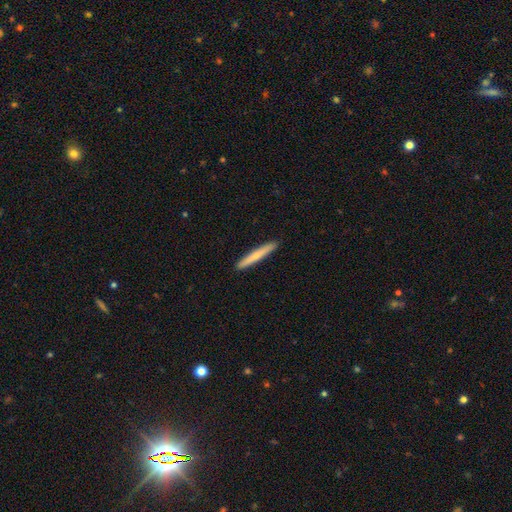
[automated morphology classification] This is likely a smooth galaxy (64%). How rounded: clearly cigar-shaped (96%). Merging: clearly none (93%).